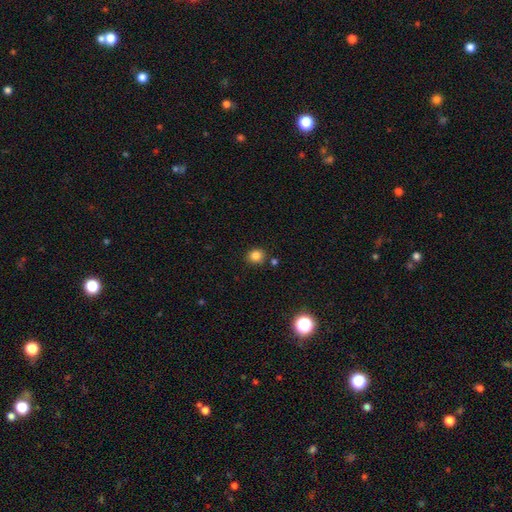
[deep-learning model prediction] Q: Smooth or featured?
A: smooth (84%); runner-up: star or artifact (12%)
Q: How rounded?
A: round (75%); runner-up: in between (24%)
Q: Merging?
A: none (81%); runner-up: minor disturbance (10%)